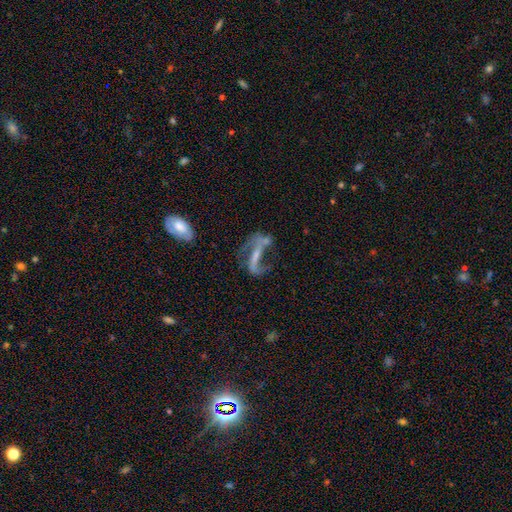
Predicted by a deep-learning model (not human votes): This is likely a featured or disk galaxy (73%). It is clearly not viewed edge-on (87%). Bar: possibly strong (49%). Spiral arm pattern: likely yes (73%). Central bulge: marginally small (39%). Merging: marginally none (35%).